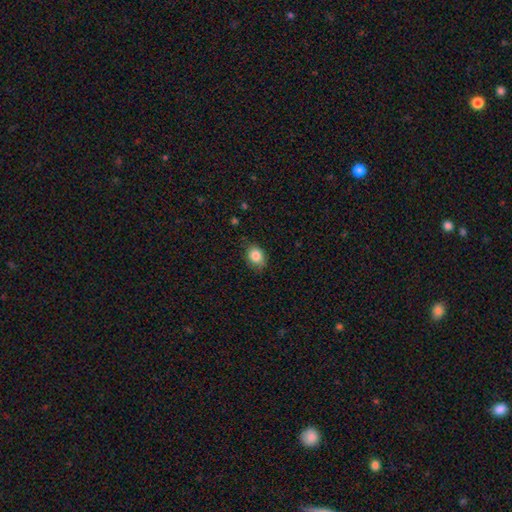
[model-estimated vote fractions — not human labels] A smooth galaxy with no disk features (86%) that is in between round and cigar-shaped (59%).

Vote fractions:
- Smooth or featured? smooth: 86% / star or artifact: 9% / featured or disk: 6%
- How rounded? in between: 59% / round: 40% / cigar-shaped: 1%
- Merging? none: 74% / minor disturbance: 21% / major disturbance: 4% / merger: 1%